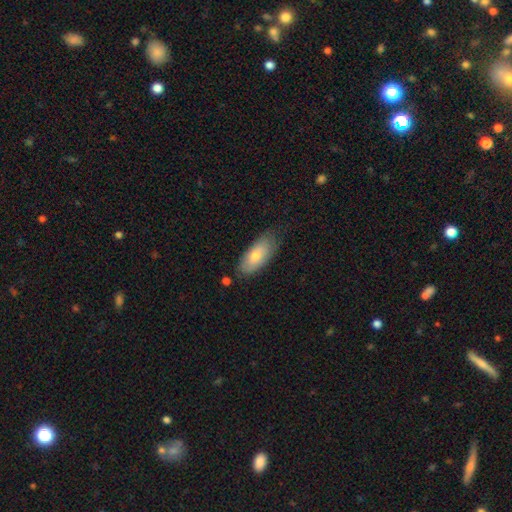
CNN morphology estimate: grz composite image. It shows a smooth galaxy with no disk features (69%) that is in between round and cigar-shaped (85%). Merging: none (70%).